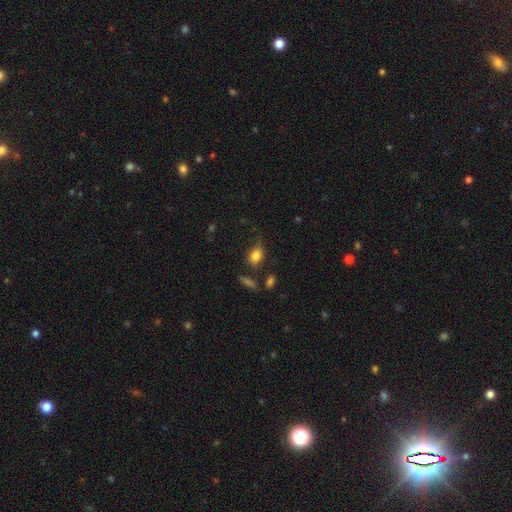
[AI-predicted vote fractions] This appears to be a smooth galaxy with no disk features (81%) that is in between round and cigar-shaped (66%). Merging: none (64%).